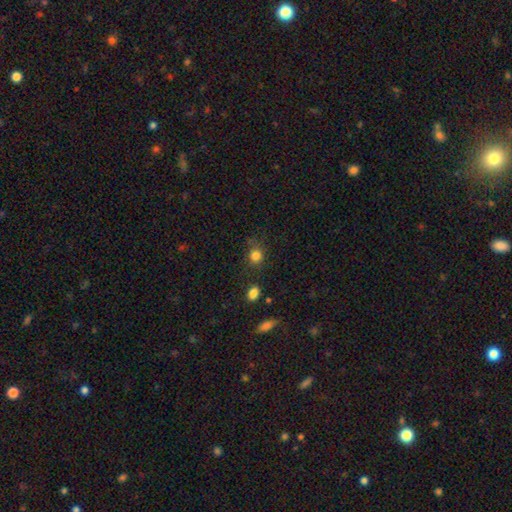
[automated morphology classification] Q: Smooth or featured?
A: smooth (82%); runner-up: star or artifact (13%)
Q: How rounded?
A: round (80%); runner-up: in between (19%)
Q: Merging?
A: none (75%); runner-up: minor disturbance (16%)